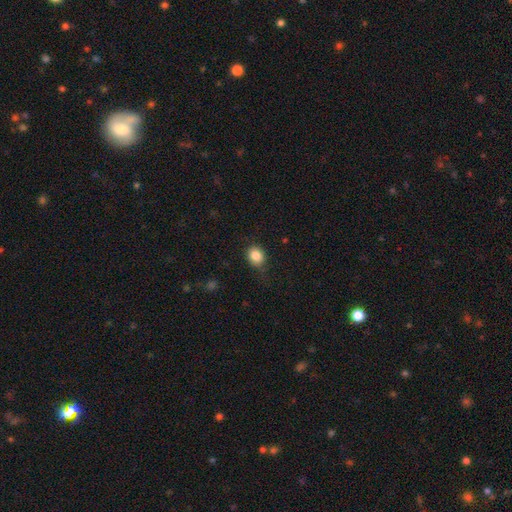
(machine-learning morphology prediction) Overall: smooth (85%). How rounded: round (56%; in between 43%). Merging: none (76%).